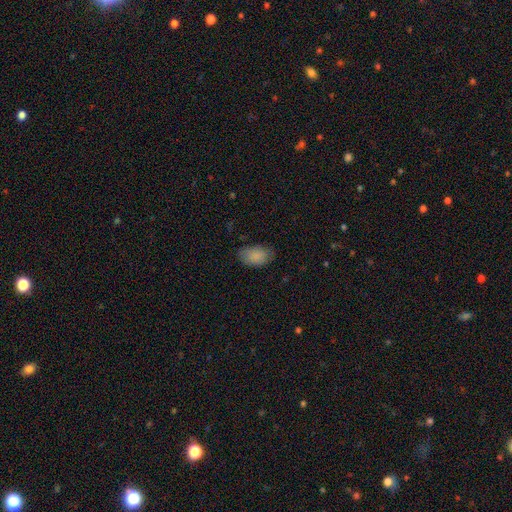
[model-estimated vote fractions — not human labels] Smooth or featured?
  - smooth: 87% *
  - star or artifact: 7%
  - featured or disk: 6%
How rounded?
  - in between: 90% *
  - round: 9%
  - cigar-shaped: 1%
Merging?
  - none: 75% *
  - minor disturbance: 19%
  - major disturbance: 4%
  - merger: 1%